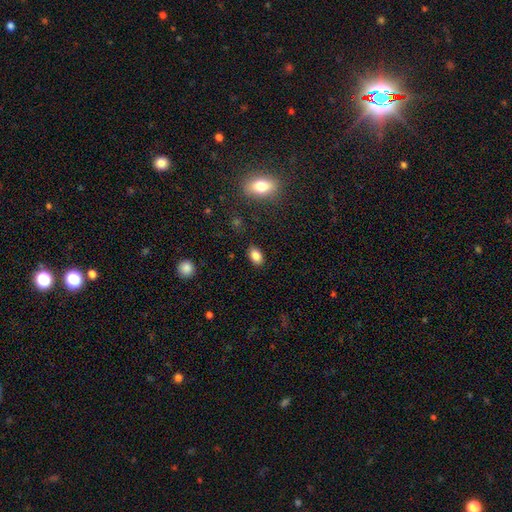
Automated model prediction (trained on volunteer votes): Smooth or featured?
  - smooth: 85% *
  - star or artifact: 9%
  - featured or disk: 5%
How rounded?
  - in between: 86% *
  - round: 13%
  - cigar-shaped: 2%
Merging?
  - none: 86% *
  - minor disturbance: 10%
  - major disturbance: 3%
  - merger: 1%